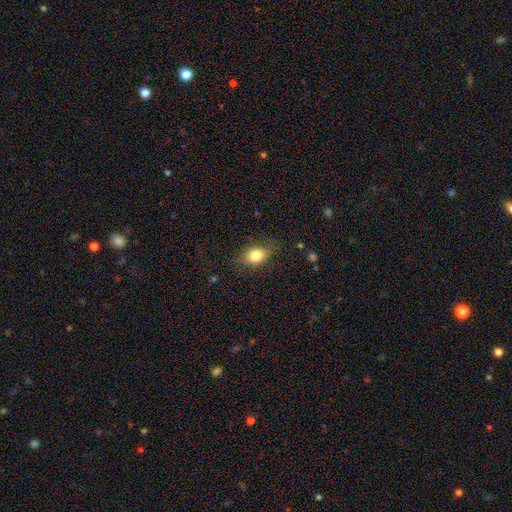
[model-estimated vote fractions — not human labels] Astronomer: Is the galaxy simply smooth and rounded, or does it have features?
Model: smooth — 80%.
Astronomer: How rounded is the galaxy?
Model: in between — 67%.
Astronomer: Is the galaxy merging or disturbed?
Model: none — 79%.